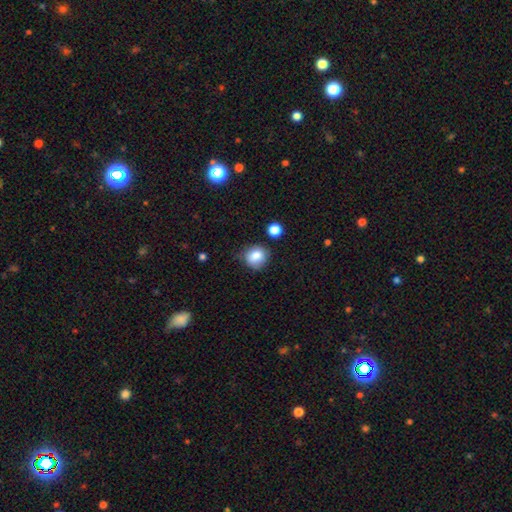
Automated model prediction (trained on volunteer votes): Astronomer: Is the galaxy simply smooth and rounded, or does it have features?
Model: smooth — 83%.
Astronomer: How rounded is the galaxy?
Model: round — 78%.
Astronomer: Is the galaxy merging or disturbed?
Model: none — 71%.